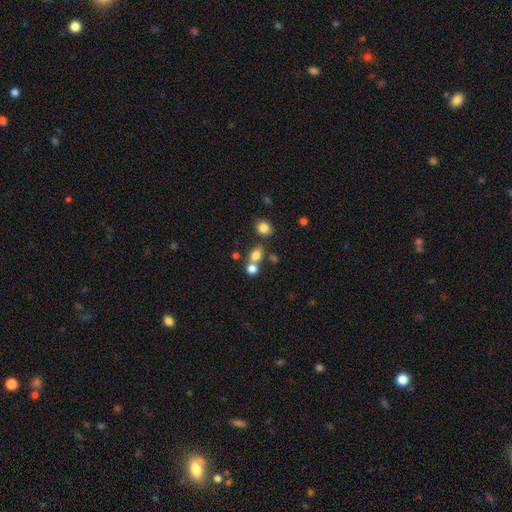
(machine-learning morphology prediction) Smooth or featured?
  - smooth: 75% *
  - star or artifact: 15%
  - featured or disk: 10%
How rounded?
  - round: 56% *
  - in between: 42%
  - cigar-shaped: 2%
Merging?
  - none: 48% *
  - merger: 38%
  - minor disturbance: 9%
  - major disturbance: 5%